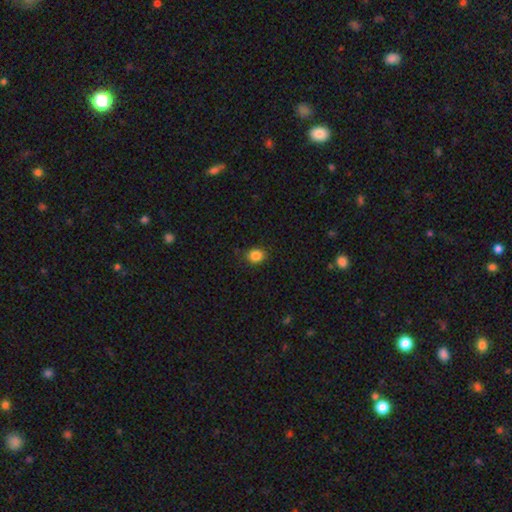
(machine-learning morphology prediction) smooth-or-featured: smooth: 86% | star or artifact: 10% | featured or disk: 4%
  how-rounded: round: 64% | in between: 35% | cigar-shaped: 1%
  merging: none: 83% | minor disturbance: 13% | major disturbance: 3% | merger: 1%